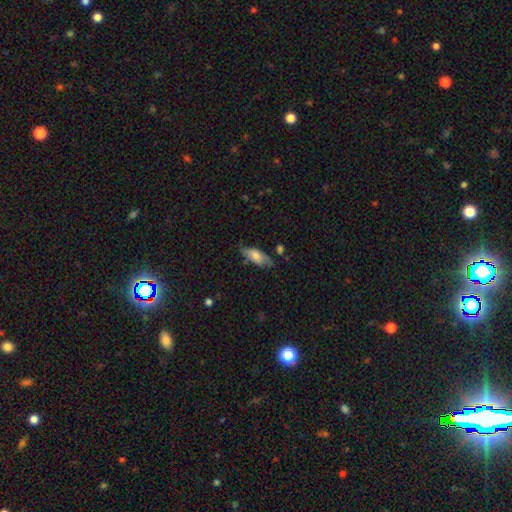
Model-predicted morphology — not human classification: Overall: smooth (63%; featured or disk 31%). How rounded: in between (80%). Merging: none (68%).